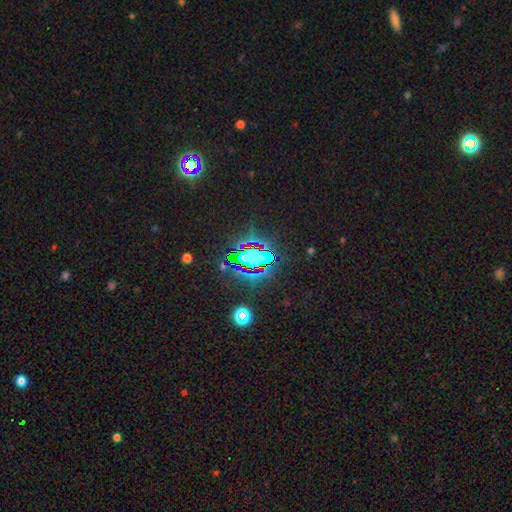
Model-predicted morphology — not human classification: A star or artifact, not a galaxy (69%).

Vote fractions:
- Smooth or featured? star or artifact: 69% / smooth: 19% / featured or disk: 12%